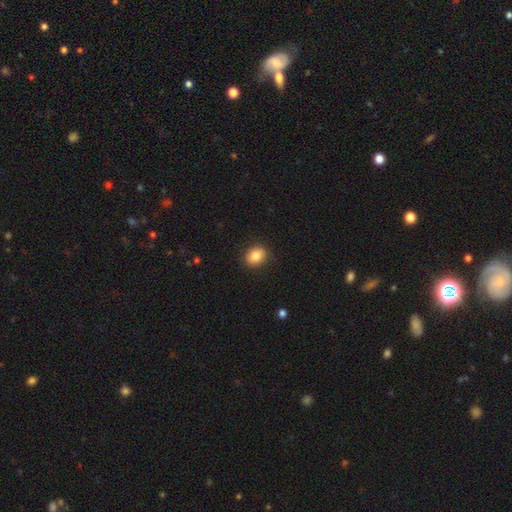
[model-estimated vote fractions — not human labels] This appears to be a smooth galaxy with no disk features (85%) that is round (56%). Merging: none (89%).